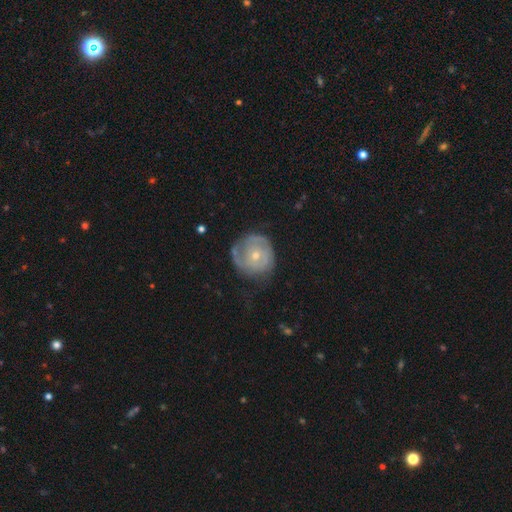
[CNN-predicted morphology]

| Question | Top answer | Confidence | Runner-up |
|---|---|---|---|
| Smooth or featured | featured or disk | 66% | smooth (28%) |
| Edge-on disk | no | 97% | yes (3%) |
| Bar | no | 81% | weak (16%) |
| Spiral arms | yes | 73% | no (27%) |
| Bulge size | small | 53% | moderate (44%) |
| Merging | none | 60% | minor disturbance (26%) |